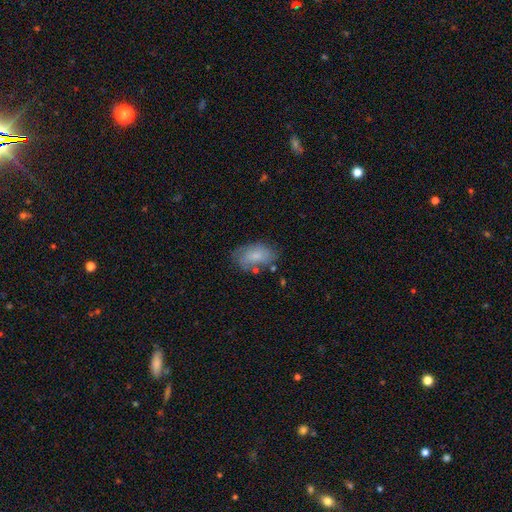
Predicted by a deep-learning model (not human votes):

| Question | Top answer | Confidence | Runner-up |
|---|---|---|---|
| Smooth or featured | smooth | 71% | featured or disk (22%) |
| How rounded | in between | 91% | round (6%) |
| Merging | none | 59% | minor disturbance (26%) |